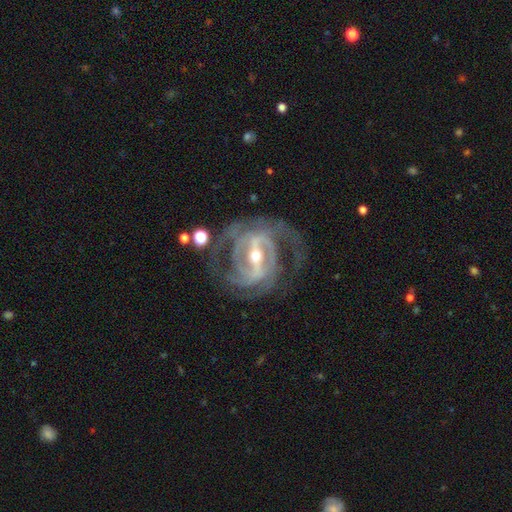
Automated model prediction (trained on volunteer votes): This is clearly a featured or disk galaxy (92%). It is clearly not viewed edge-on (96%). Bar: likely strong (70%). Spiral arm pattern: clearly yes (97%). Spiral arm count: marginally 2 (35%). Spiral winding: possibly tight (50%). Central bulge: possibly small (48%, tied with moderate). Merging: likely none (66%).